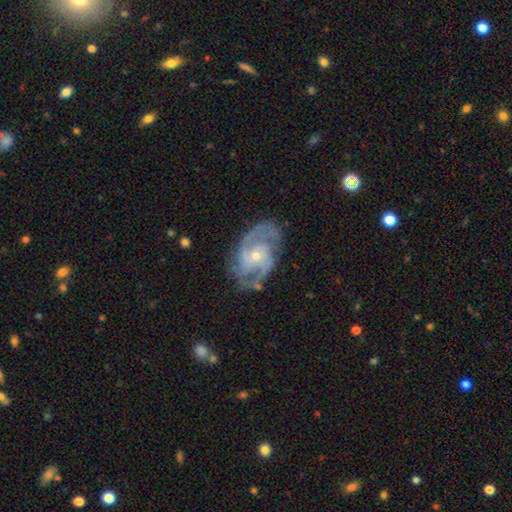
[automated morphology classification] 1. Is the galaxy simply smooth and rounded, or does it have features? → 90% featured or disk, 5% smooth, 5% star or artifact.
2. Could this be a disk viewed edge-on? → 97% no, 3% yes.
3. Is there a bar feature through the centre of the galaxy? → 60% no, 32% weak, 9% strong.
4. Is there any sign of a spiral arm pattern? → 97% yes, 3% no.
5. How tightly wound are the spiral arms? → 51% medium, 38% tight, 11% loose.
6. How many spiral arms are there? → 59% 2, 21% 3, 10% can't tell, 4% 4, 3% 1, 3% more than 4.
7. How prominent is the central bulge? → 66% small, 31% moderate, 1% large, 1% none, 1% dominant.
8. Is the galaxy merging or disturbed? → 75% none, 17% minor disturbance, 7% major disturbance, 1% merger.